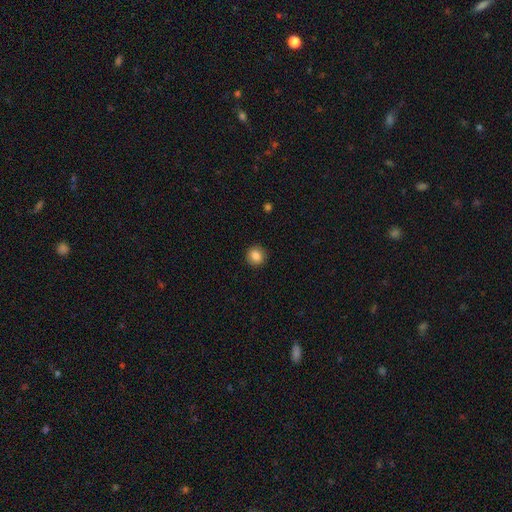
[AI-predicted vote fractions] Smooth or featured? Predicted: smooth (p=0.86). How rounded? Predicted: round (p=0.88). Merging? Predicted: none (p=0.91).